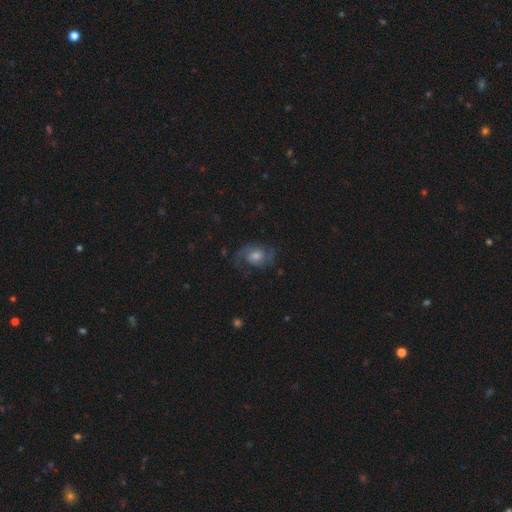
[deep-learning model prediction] Smooth or featured?
  - featured or disk: 75% *
  - smooth: 15%
  - star or artifact: 10%
Edge-on disk?
  - no: 97% *
  - yes: 3%
Bar?
  - no: 67% *
  - weak: 28%
  - strong: 5%
Spiral arms?
  - yes: 94% *
  - no: 6%
Spiral winding?
  - medium: 51% *
  - loose: 25%
  - tight: 24%
Spiral arm count?
  - 2: 84% *
  - can't tell: 7%
  - 1: 4%
  - 3: 3%
  - 4: 1%
  - more than 4: 1%
Bulge size?
  - moderate: 54% *
  - small: 26%
  - large: 15%
  - none: 4%
  - dominant: 2%
Merging?
  - none: 72% *
  - minor disturbance: 16%
  - major disturbance: 11%
  - merger: 1%